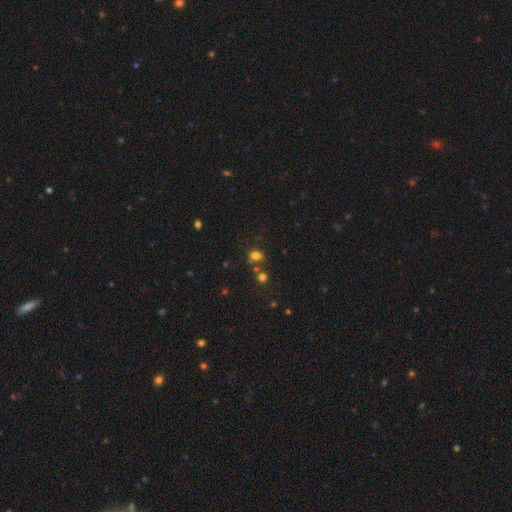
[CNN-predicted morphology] smooth_or_featured: smooth (p=0.72) [alt: star or artifact p=0.20]
how_rounded: round (p=0.51) [alt: in between p=0.48]
merging: none (p=0.64) [alt: merger p=0.19]